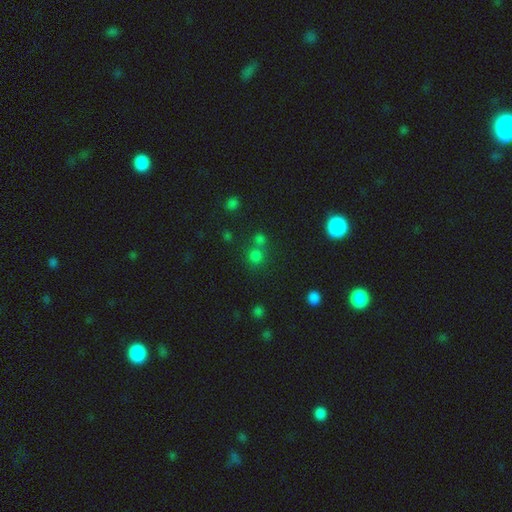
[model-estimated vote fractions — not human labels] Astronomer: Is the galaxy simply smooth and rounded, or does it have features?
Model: smooth — 70%.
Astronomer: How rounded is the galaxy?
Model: round — 89%.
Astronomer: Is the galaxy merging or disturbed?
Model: none — 59%.